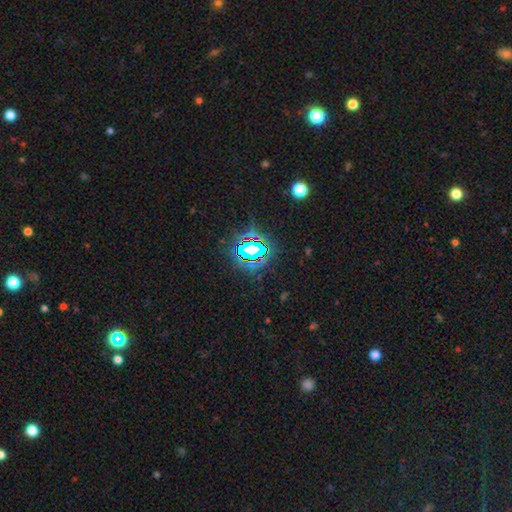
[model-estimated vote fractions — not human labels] Morphology: type=star or artifact (73%).